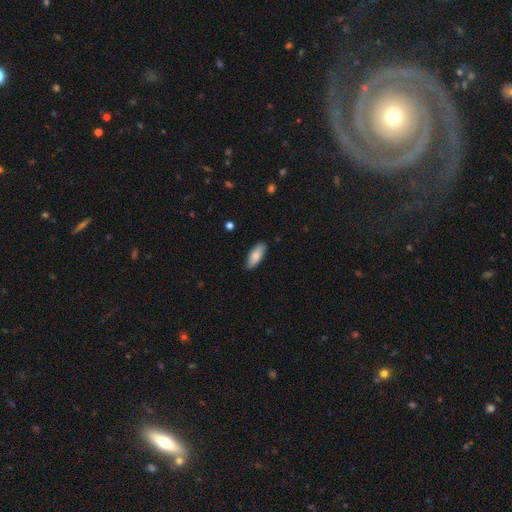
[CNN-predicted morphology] A smooth galaxy with no disk features (85%) that is in between round and cigar-shaped (79%). Merging: none (86%).